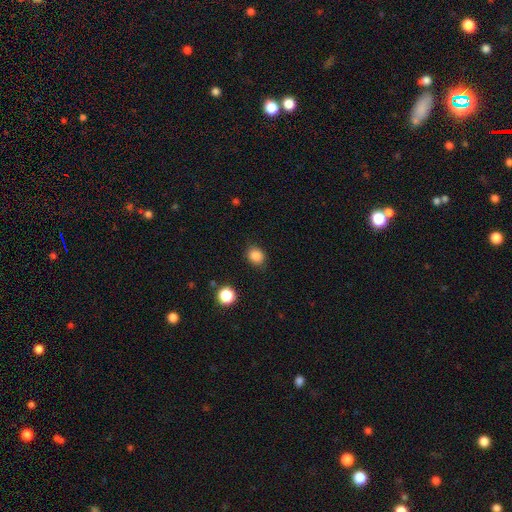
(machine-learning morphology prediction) type=smooth (85%); roundness=round (62%); merging=none (85%).